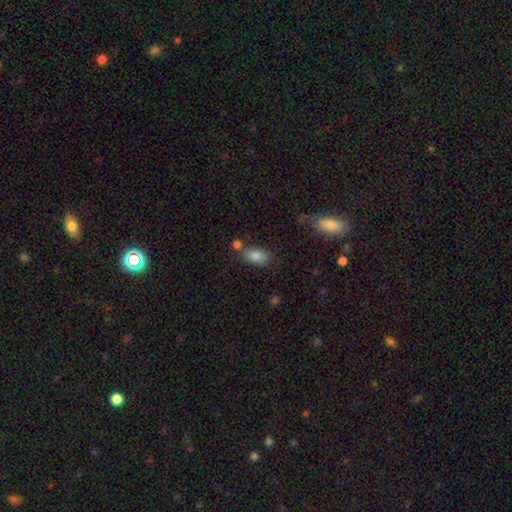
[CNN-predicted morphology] Smooth or featured: smooth — 83% (star or artifact — 9%)
How rounded: in between — 89% (round — 8%)
Merging: none — 64% (minor disturbance — 16%)